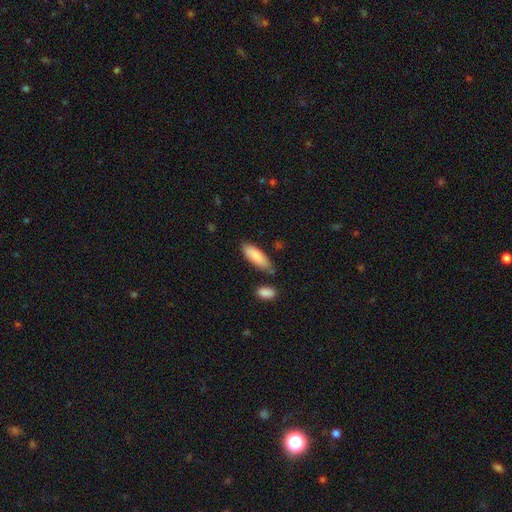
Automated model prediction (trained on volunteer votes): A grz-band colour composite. It shows a smooth galaxy with no disk features (85%) that is in between round and cigar-shaped (64%). Merging: none (75%).